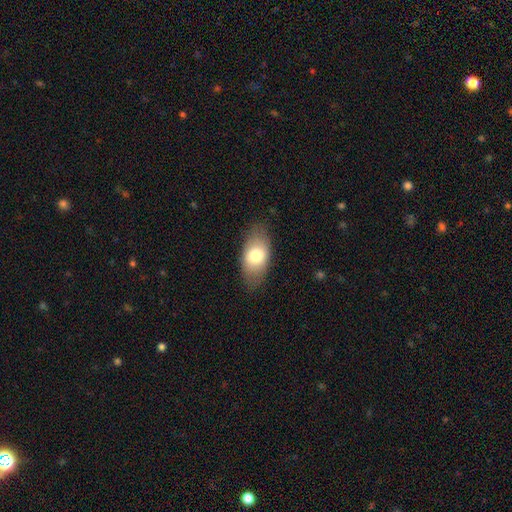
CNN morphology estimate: A smooth galaxy with no disk features (74%) that is in between round and cigar-shaped (91%).

Vote fractions:
- Smooth or featured? smooth: 74% / featured or disk: 19% / star or artifact: 7%
- How rounded? in between: 91% / round: 6% / cigar-shaped: 3%
- Merging? none: 81% / minor disturbance: 14% / major disturbance: 4% / merger: 1%